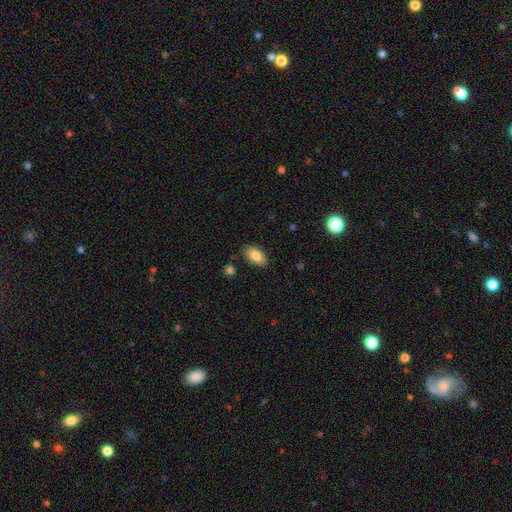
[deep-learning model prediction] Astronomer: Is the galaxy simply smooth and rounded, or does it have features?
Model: smooth — 86%.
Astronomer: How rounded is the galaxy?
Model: in between — 93%.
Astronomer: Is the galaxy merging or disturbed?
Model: none — 84%.